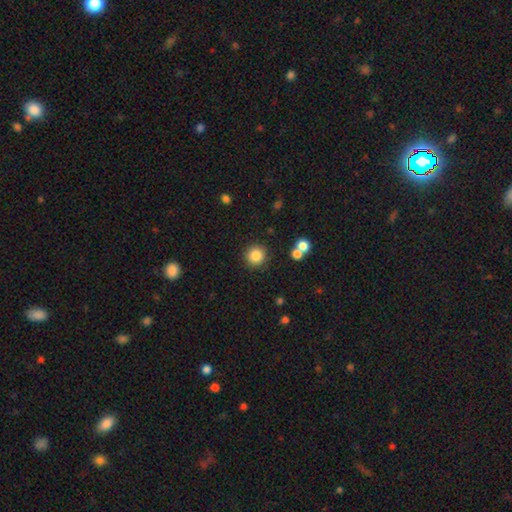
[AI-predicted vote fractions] Morphology: type=smooth (84%); roundness=round (93%); merging=none (87%).